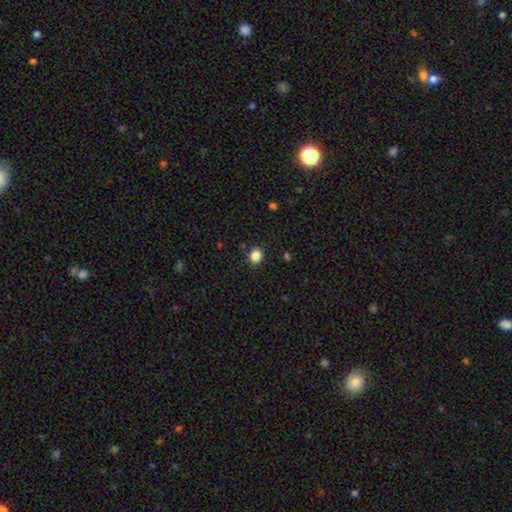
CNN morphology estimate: This appears to be a smooth galaxy with no disk features (85%) that is round (70%). Merging: none (89%).